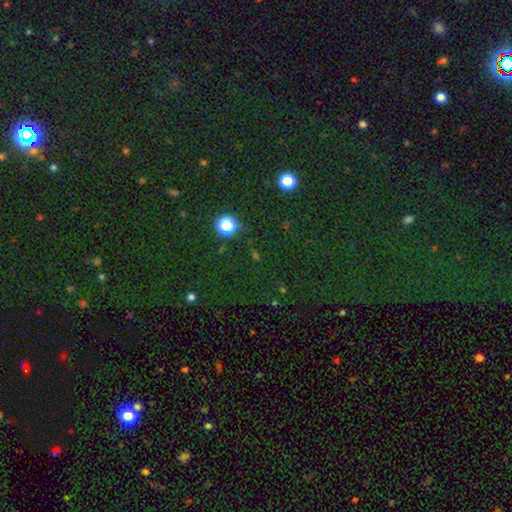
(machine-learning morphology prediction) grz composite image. It shows a star or artifact, not a galaxy (55%).